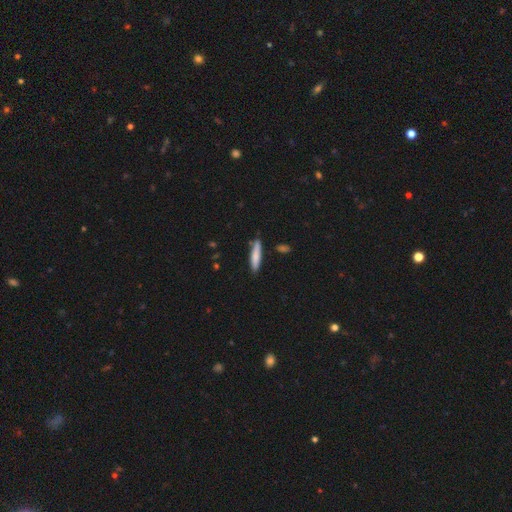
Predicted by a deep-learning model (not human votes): The model was most divided on "smooth or featured": smooth: 77%, featured or disk: 17%, star or artifact: 6%. More confident: how rounded — cigar-shaped (86%); merging — none (80%).